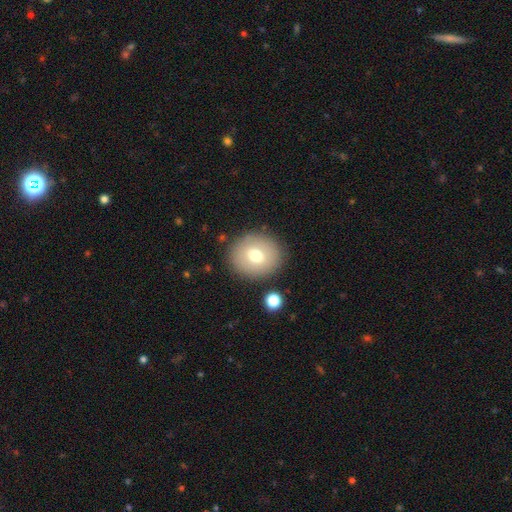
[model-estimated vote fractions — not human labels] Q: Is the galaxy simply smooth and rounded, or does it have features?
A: smooth — 72%.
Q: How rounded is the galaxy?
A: round — 72%.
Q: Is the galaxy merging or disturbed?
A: none — 85%.